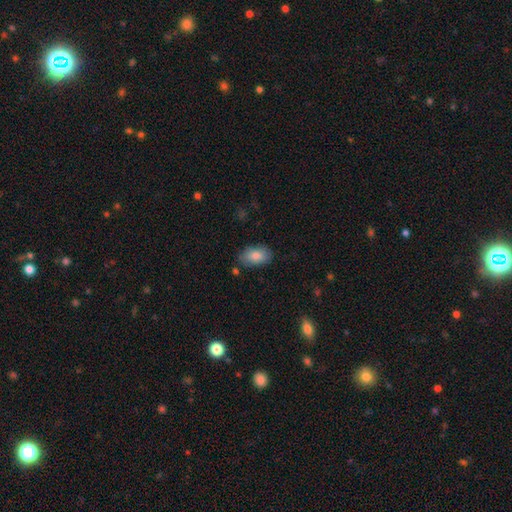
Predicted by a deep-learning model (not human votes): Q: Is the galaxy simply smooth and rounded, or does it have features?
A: smooth — 84%.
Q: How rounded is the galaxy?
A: in between — 92%.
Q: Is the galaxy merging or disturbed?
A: none — 80%.